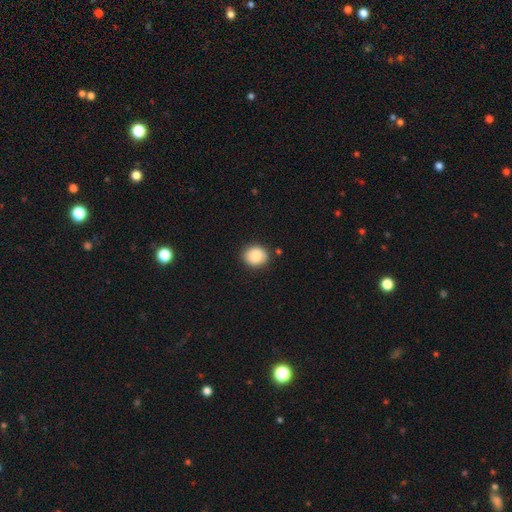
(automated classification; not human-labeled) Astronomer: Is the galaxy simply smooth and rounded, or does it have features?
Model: smooth — 84%.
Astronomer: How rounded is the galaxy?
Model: round — 73%.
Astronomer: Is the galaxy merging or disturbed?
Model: none — 87%.